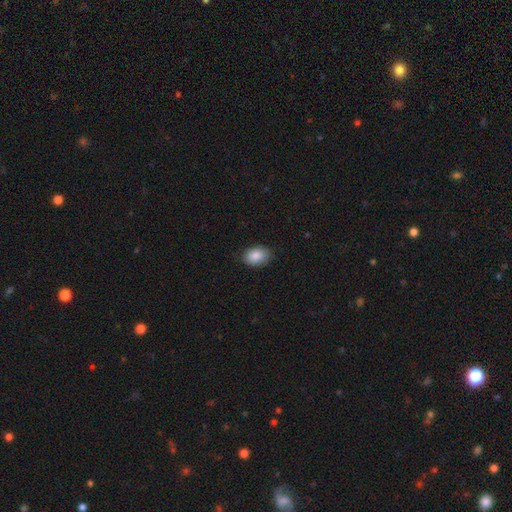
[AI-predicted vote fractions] This appears to be a smooth galaxy with no disk features (87%) that is in between round and cigar-shaped (82%). Merging: none (84%).